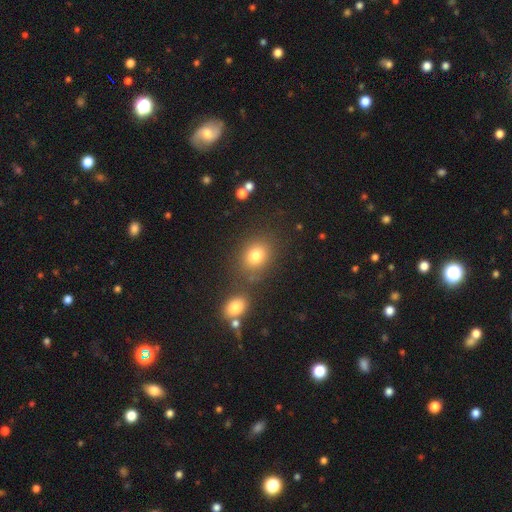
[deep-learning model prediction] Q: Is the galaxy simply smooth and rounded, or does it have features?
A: smooth — 79%.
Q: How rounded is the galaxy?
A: round — 52%.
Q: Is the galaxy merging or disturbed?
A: none — 75%.